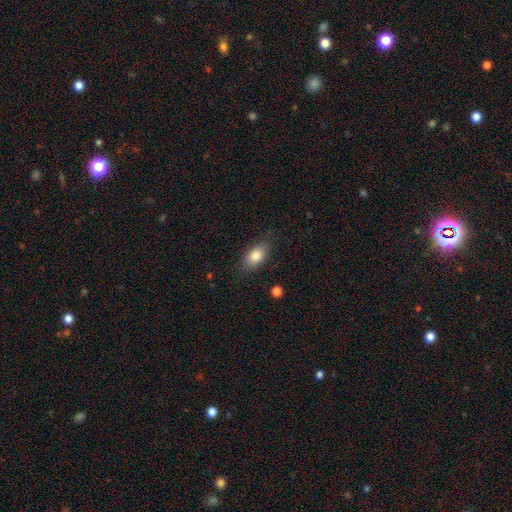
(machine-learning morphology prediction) type=smooth (83%); roundness=in between (87%); merging=none (80%).